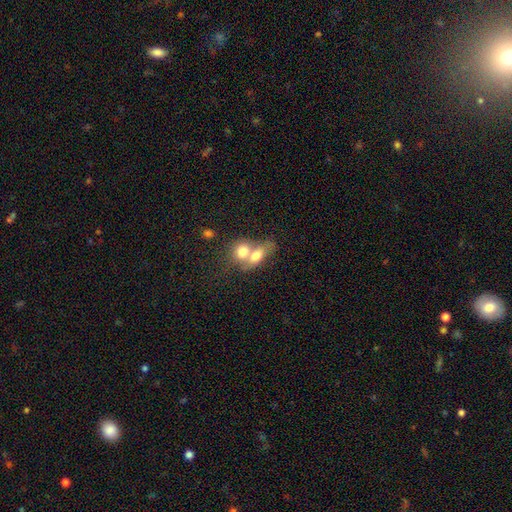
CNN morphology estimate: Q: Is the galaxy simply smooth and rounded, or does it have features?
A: smooth — 70%.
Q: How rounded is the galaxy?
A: in between — 65%.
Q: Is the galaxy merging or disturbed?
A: merger — 74%.